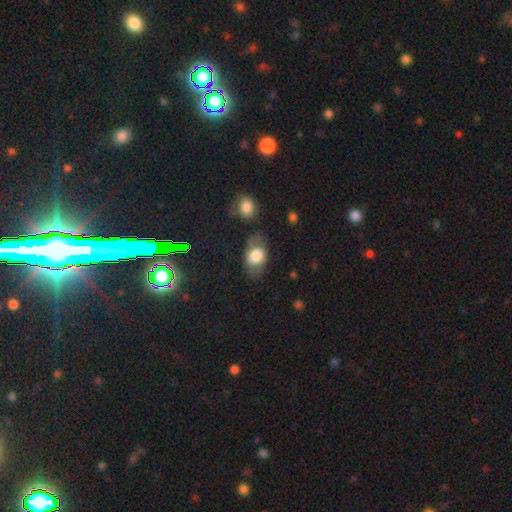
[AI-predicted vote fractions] smooth 69%, featured or disk 23%, star or artifact 8%. Down the decision tree: how rounded — in between (83%); merging — none (66%).